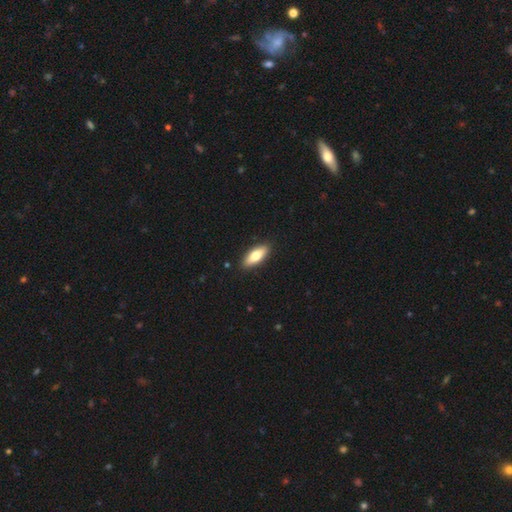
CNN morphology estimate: smooth-or-featured: smooth: 72% | featured or disk: 22% | star or artifact: 6%
  how-rounded: in between: 68% | cigar-shaped: 30% | round: 2%
  merging: none: 90% | minor disturbance: 8% | major disturbance: 2% | merger: 1%